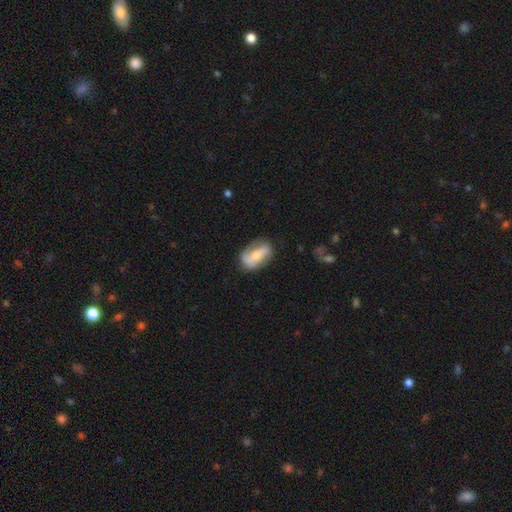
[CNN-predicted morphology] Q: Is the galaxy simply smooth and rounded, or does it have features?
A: featured or disk — 60%.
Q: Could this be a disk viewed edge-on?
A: no — 93%.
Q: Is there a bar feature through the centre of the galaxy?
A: no — 37%.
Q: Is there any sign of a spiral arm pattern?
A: yes — 79%.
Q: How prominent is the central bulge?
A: moderate — 50%.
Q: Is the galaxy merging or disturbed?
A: none — 70%.